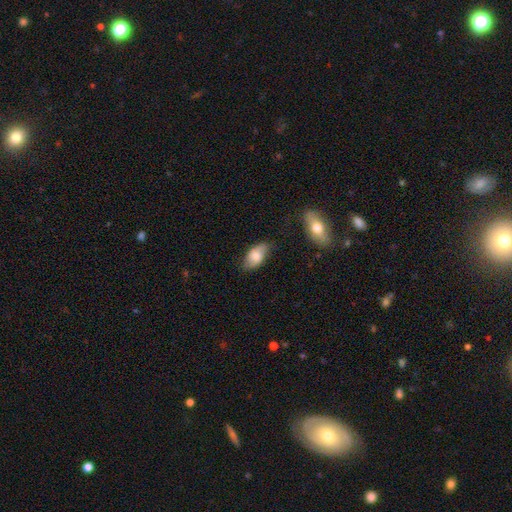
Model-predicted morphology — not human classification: This is likely a smooth galaxy (69%). How rounded: clearly in between (93%). Merging: likely none (69%).